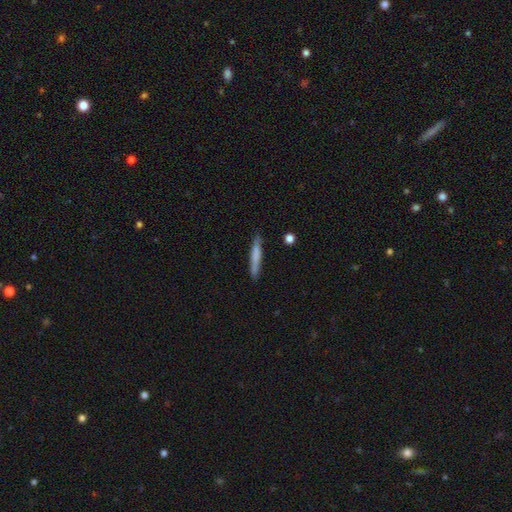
Q: Smooth or featured?
A: smooth (79%); runner-up: featured or disk (21%)
Q: How rounded?
A: cigar-shaped (94%); runner-up: in between (6%)
Q: Merging?
A: none (100%)